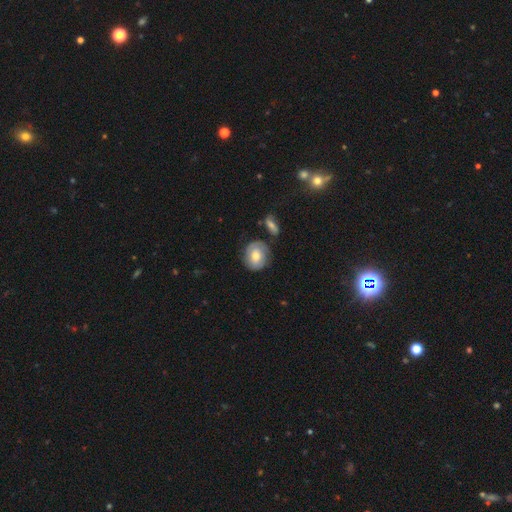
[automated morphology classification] Smooth or featured: smooth — 56% (featured or disk — 37%)
How rounded: round — 67% (in between — 31%)
Merging: none — 70% (minor disturbance — 19%)